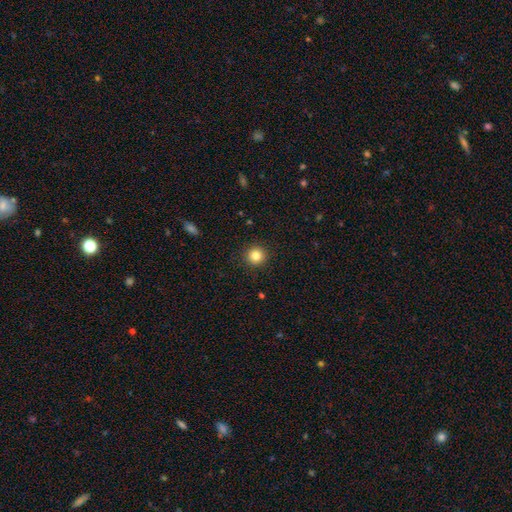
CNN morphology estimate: smooth_or_featured: smooth (p=0.84) [alt: star or artifact p=0.11]
how_rounded: round (p=0.95) [alt: in between p=0.04]
merging: none (p=0.92) [alt: minor disturbance p=0.05]